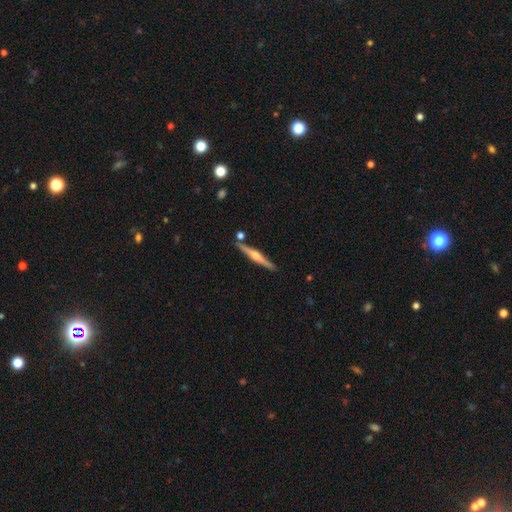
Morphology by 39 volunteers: Overall: featured or disk (69%). Edge-on disk: yes (100%). Edge-on bulge: rounded (81%). Merging: none (84%).